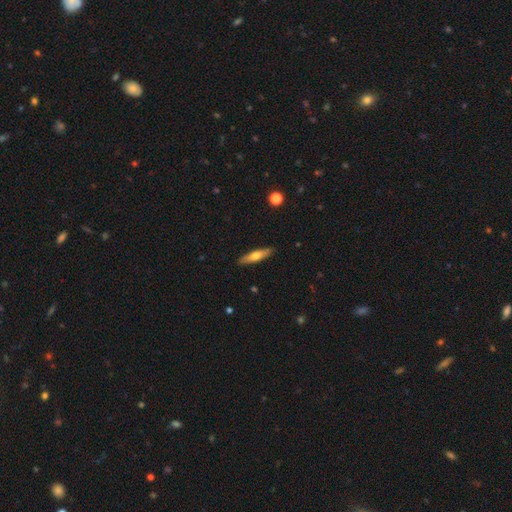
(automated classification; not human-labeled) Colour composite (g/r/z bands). It shows a smooth galaxy with no disk features (55%) that is cigar-shaped (79%). Merging: none (90%).